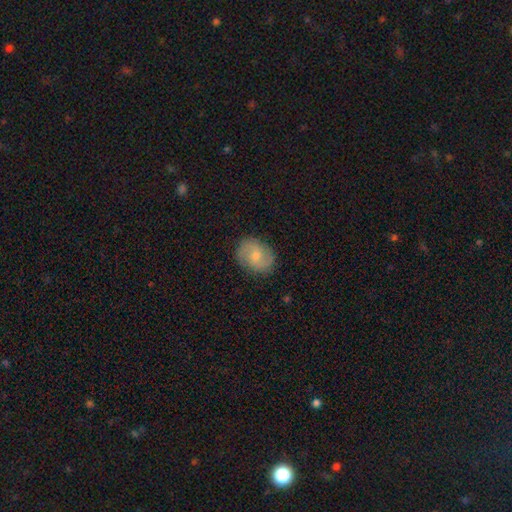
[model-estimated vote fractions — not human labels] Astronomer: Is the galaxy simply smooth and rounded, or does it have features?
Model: featured or disk — 57% (runner-up: smooth, 36%).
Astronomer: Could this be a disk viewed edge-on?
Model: no — 97%.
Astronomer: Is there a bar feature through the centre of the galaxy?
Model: no — 56% (runner-up: weak, 38%).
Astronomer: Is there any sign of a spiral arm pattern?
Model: yes — 88%.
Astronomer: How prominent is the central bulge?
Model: small — 51% (runner-up: moderate, 44%).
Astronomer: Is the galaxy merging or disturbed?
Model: none — 84%.